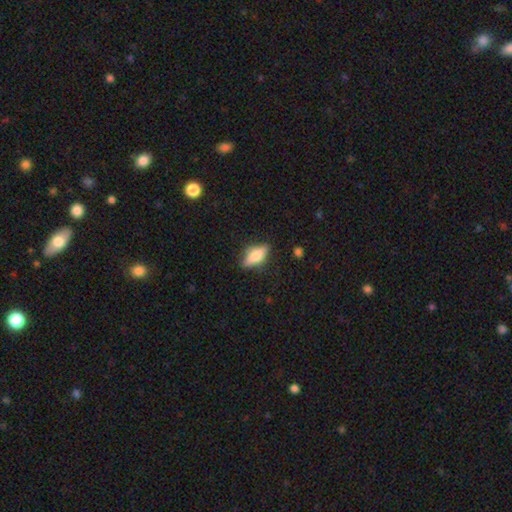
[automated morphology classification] This is possibly a smooth galaxy (54%). How rounded: likely in between (62%). Merging: likely none (79%).